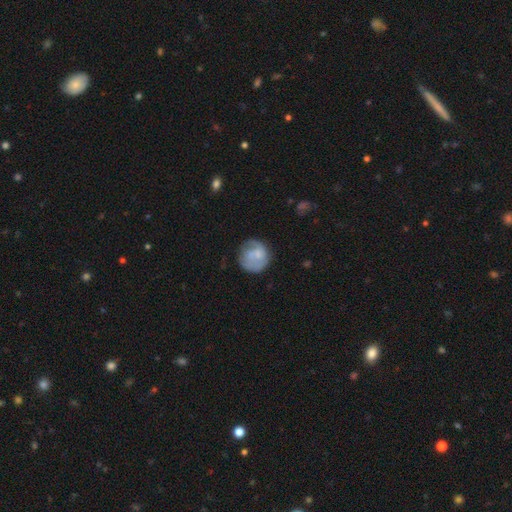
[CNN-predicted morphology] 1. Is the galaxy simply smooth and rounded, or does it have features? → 54% smooth, 39% featured or disk, 7% star or artifact.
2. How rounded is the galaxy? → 86% round, 13% in between, 1% cigar-shaped.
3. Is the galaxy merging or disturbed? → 58% none, 23% minor disturbance, 14% major disturbance, 5% merger.